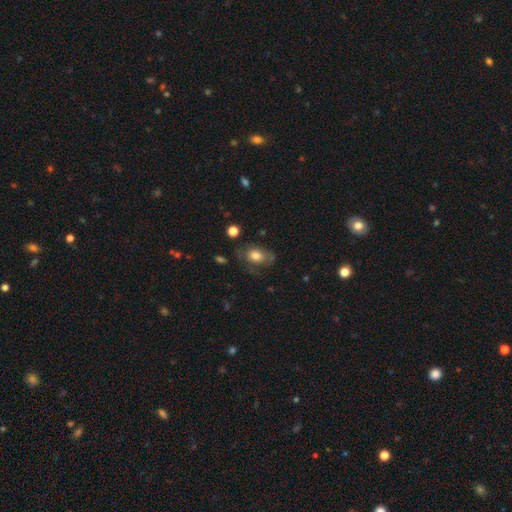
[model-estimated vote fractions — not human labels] Smooth or featured? smooth (68%)
How rounded? in between (74%)
Merging? none (54%)